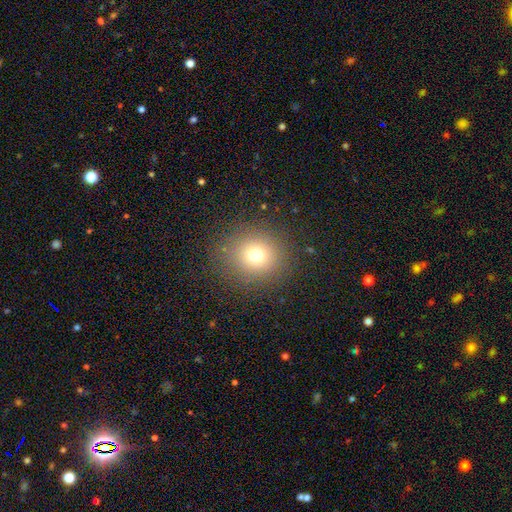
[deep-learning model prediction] Smooth or featured? smooth (72%)
How rounded? round (88%)
Merging? none (87%)